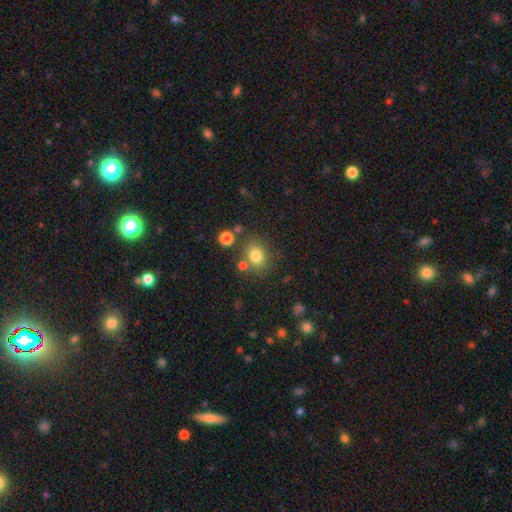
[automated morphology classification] A smooth galaxy with no disk features (78%) that is round (66%).

Vote fractions:
- Smooth or featured? smooth: 78% / star or artifact: 13% / featured or disk: 9%
- How rounded? round: 66% / in between: 33% / cigar-shaped: 1%
- Merging? none: 72% / minor disturbance: 12% / merger: 11% / major disturbance: 5%